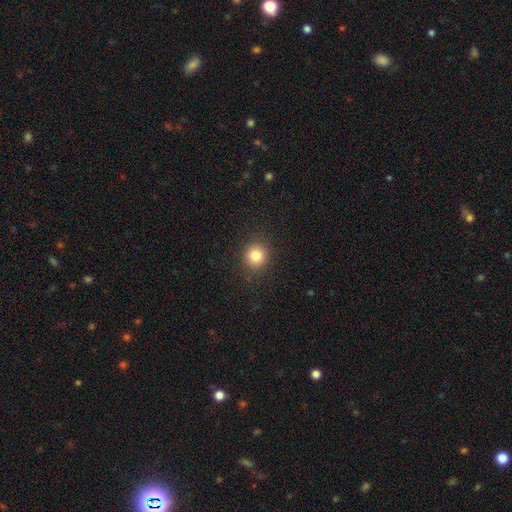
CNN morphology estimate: A smooth galaxy with no disk features (82%) that is round (89%).

Vote fractions:
- Smooth or featured? smooth: 82% / star or artifact: 12% / featured or disk: 6%
- How rounded? round: 89% / in between: 10% / cigar-shaped: 1%
- Merging? none: 89% / minor disturbance: 7% / major disturbance: 3% / merger: 1%